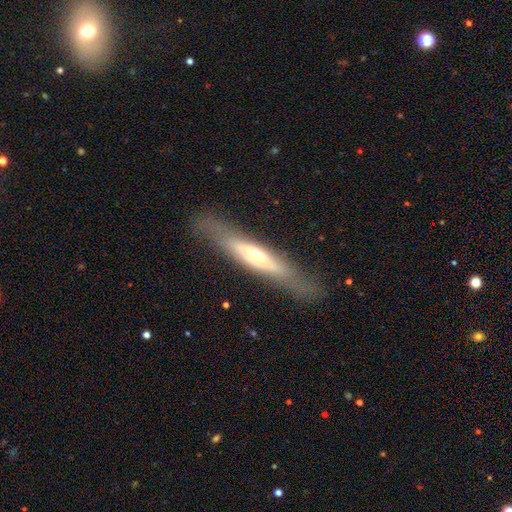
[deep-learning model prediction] smooth_or_featured: featured or disk (p=0.60) [alt: smooth p=0.33]
disk_edge_on: yes (p=0.73) [alt: no p=0.27]
merging: none (p=0.80) [alt: minor disturbance p=0.13]